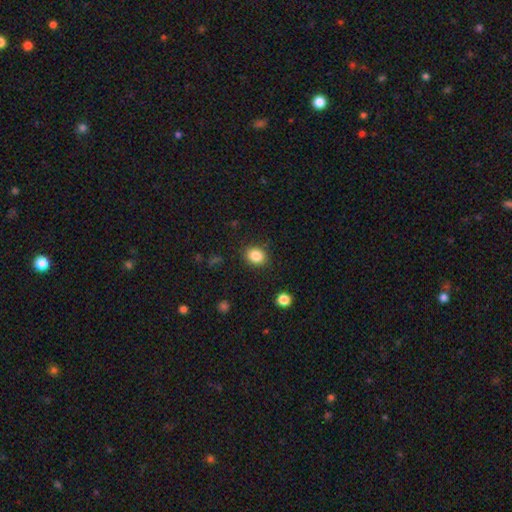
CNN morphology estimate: Smooth or featured?
  - smooth: 85% *
  - star or artifact: 10%
  - featured or disk: 5%
How rounded?
  - round: 56% *
  - in between: 44%
  - cigar-shaped: 1%
Merging?
  - none: 86% *
  - minor disturbance: 9%
  - major disturbance: 3%
  - merger: 1%